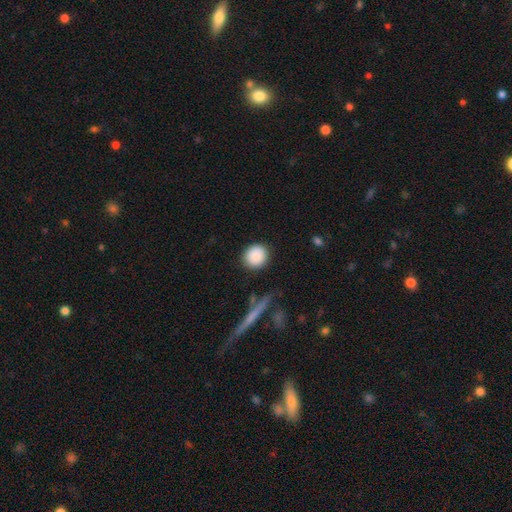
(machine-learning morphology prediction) smooth-or-featured: smooth: 88% | star or artifact: 8% | featured or disk: 5%
  how-rounded: round: 90% | in between: 9% | cigar-shaped: 1%
  merging: none: 88% | minor disturbance: 8% | major disturbance: 3% | merger: 2%